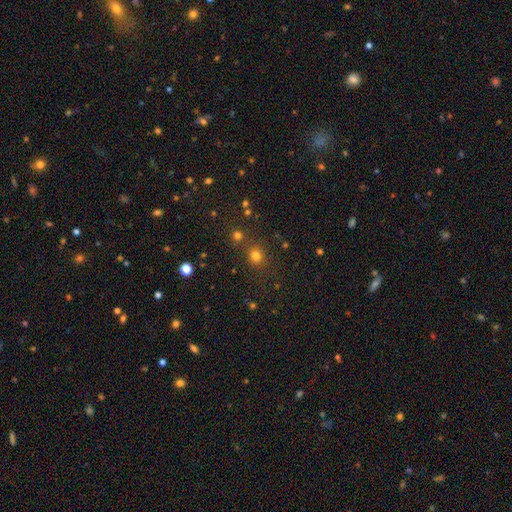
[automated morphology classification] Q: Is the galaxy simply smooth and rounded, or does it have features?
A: smooth — 75%.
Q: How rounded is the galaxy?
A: round — 82%.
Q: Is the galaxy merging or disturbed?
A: none — 77%.